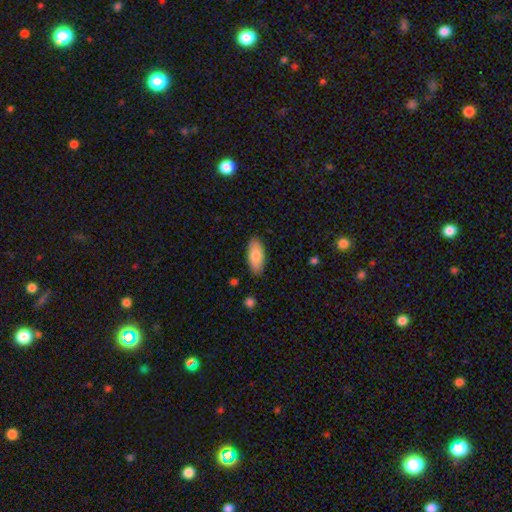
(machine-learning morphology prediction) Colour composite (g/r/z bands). It shows a smooth galaxy with no disk features (81%) that is in between round and cigar-shaped (89%). Merging: none (84%).